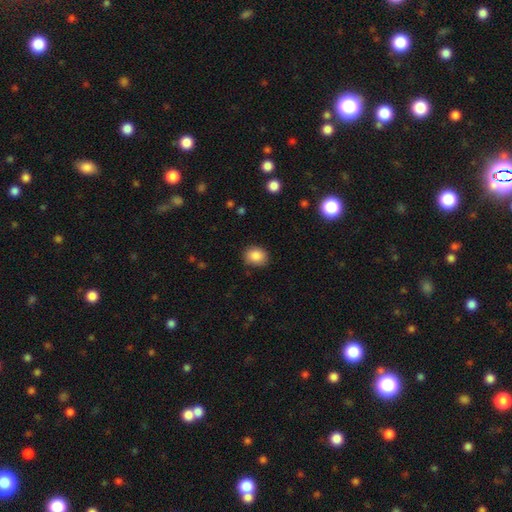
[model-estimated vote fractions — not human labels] Morphology: type=smooth (87%); roundness=round (53%); merging=none (82%).